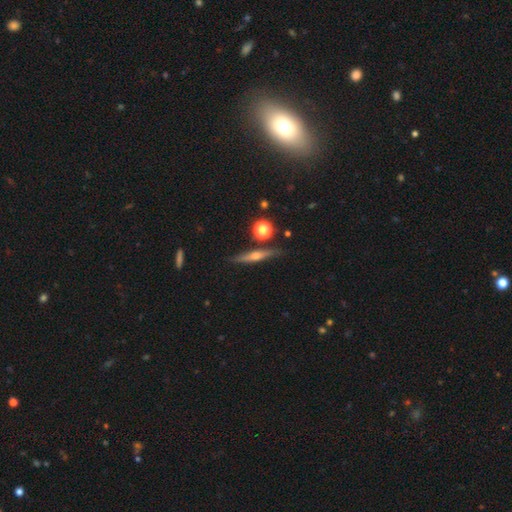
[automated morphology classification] Overall: featured or disk (62%; smooth 29%). Edge-on disk: yes (96%). Edge-on bulge: rounded (84%). Merging: none (85%).